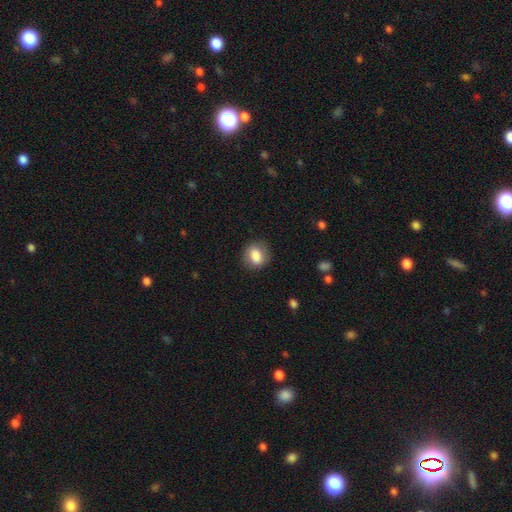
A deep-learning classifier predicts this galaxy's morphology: Smooth or featured?
  - smooth: 83% *
  - featured or disk: 9%
  - star or artifact: 8%
How rounded?
  - round: 51% *
  - in between: 47%
  - cigar-shaped: 2%
Merging?
  - none: 82% *
  - minor disturbance: 13%
  - major disturbance: 4%
  - merger: 1%